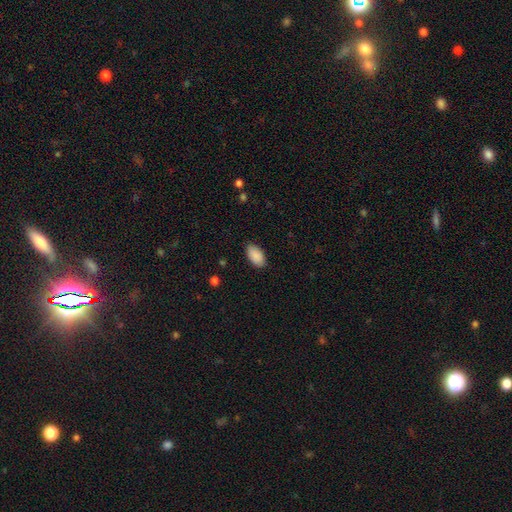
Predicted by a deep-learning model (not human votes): Smooth or featured? smooth (90%)
How rounded? in between (95%)
Merging? none (86%)